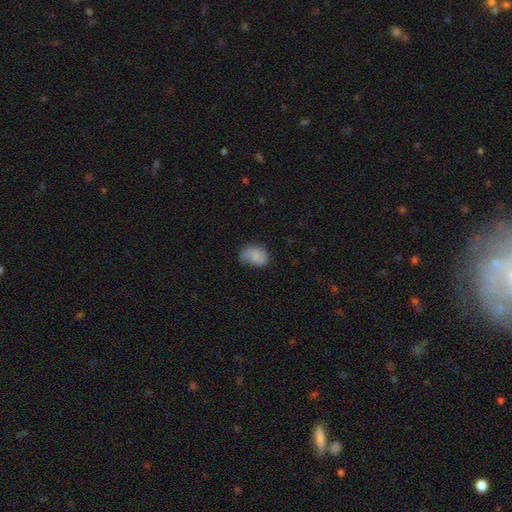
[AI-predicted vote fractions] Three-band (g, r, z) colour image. It shows a smooth galaxy with no disk features (78%) that is in between round and cigar-shaped (75%). Merging: none (58%).